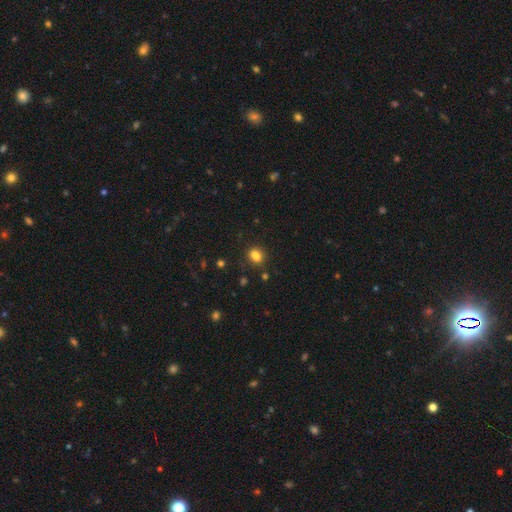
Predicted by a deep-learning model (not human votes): smooth 80%, star or artifact 13%, featured or disk 7%. Down the decision tree: how rounded — in between (53%); merging — none (74%).